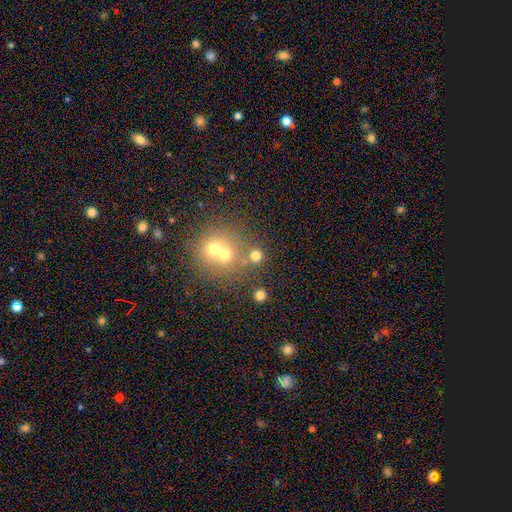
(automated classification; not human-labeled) Overall: smooth (69%). How rounded: round (87%). Merging: none (57%; merger 33%).